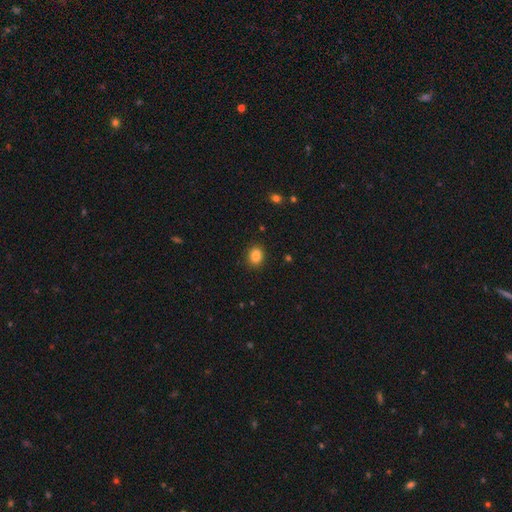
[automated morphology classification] This appears to be a smooth galaxy with no disk features (86%) that is round (52%). Merging: none (89%).